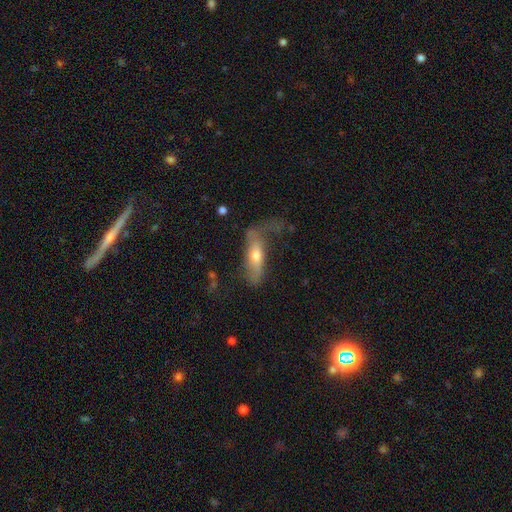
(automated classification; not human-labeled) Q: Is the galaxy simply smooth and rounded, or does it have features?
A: smooth — 47%.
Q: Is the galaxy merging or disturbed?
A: none — 35%, tied with major disturbance.